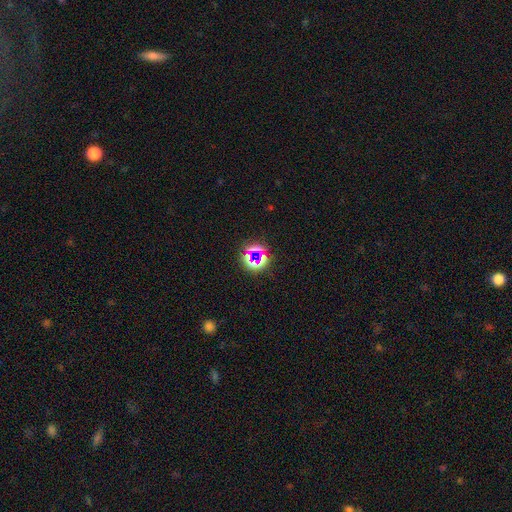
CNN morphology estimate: This appears to be a star or artifact, not a galaxy (66%).